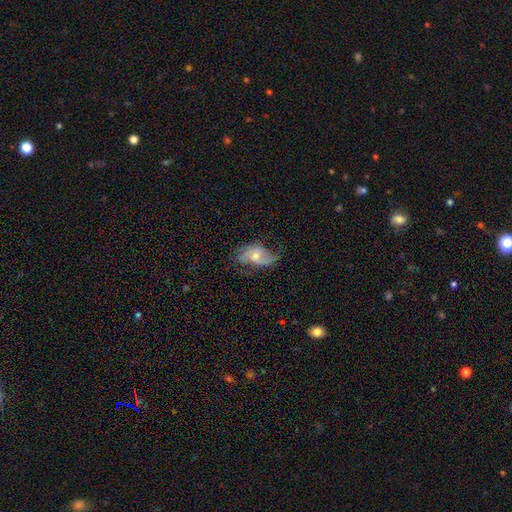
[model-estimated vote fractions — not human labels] Smooth or featured: featured or disk — 65% (smooth — 27%)
Edge-on disk: no — 95% (yes — 5%)
Bar: no — 63% (weak — 29%)
Spiral arms: yes — 85% (no — 15%)
Spiral winding: loose — 53% (medium — 33%)
Spiral arm count: 2 — 76% (can't tell — 11%)
Bulge size: moderate — 54% (small — 40%)
Merging: none — 53% (minor disturbance — 28%)